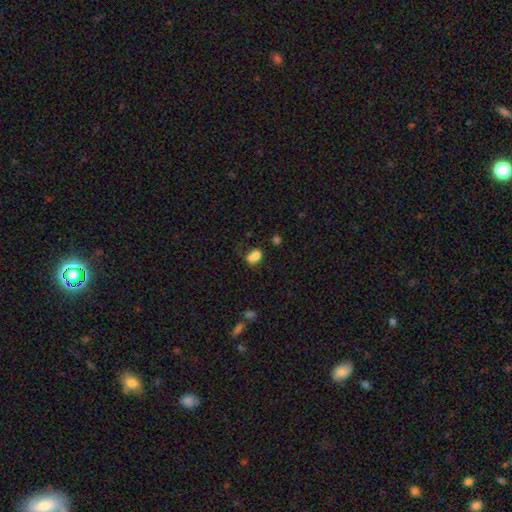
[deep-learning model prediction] Morphology: type=smooth (81%); roundness=in between (75%); merging=none (45%).